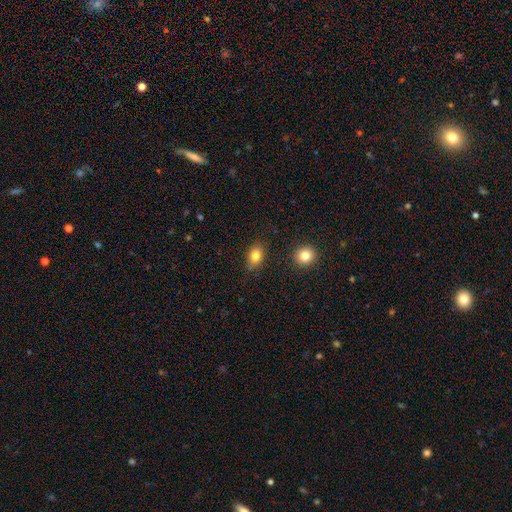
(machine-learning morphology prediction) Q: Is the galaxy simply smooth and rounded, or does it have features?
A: smooth — 81%.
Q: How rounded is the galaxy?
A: in between — 73%.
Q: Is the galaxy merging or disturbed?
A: none — 81%.